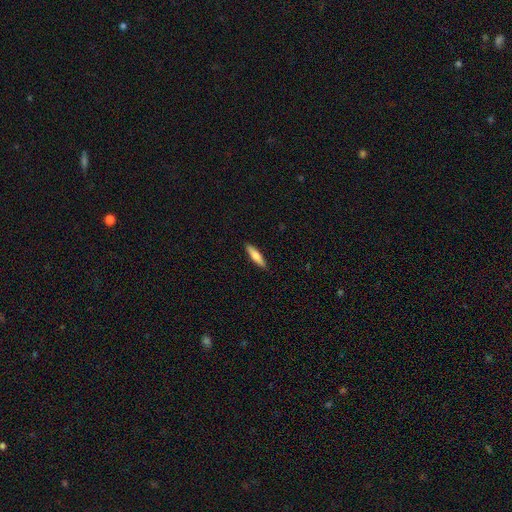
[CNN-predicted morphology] This appears to be a smooth galaxy with no disk features (68%) that is cigar-shaped (78%). Merging: none (90%).